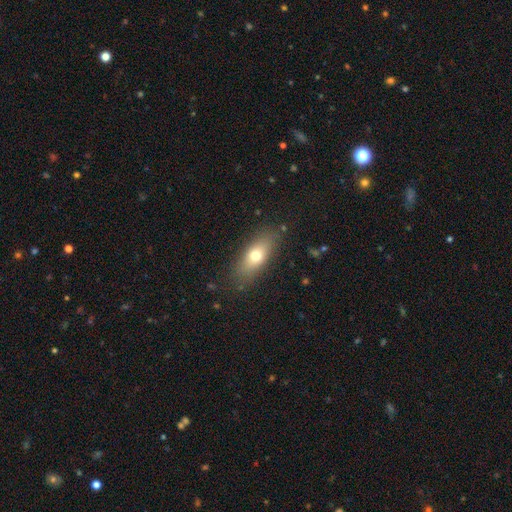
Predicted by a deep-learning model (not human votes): Overall: smooth (68%). How rounded: in between (69%). Merging: none (83%).